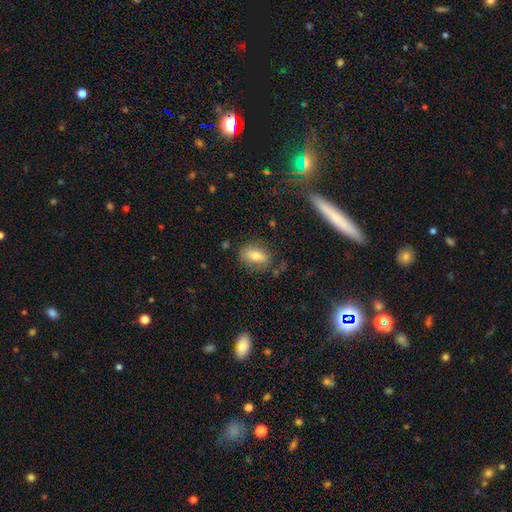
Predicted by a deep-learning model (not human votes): Smooth or featured: smooth — 70% (featured or disk — 21%)
How rounded: in between — 79% (round — 15%)
Merging: none — 71% (minor disturbance — 19%)